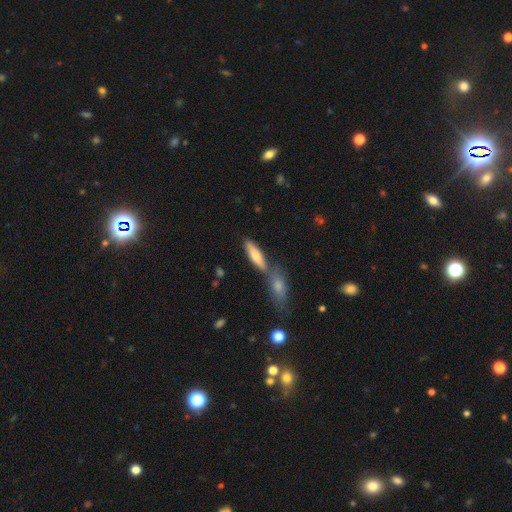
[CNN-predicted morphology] smooth 67%, featured or disk 26%, star or artifact 7%. Down the decision tree: how rounded — cigar-shaped (63%); merging — none (54%).